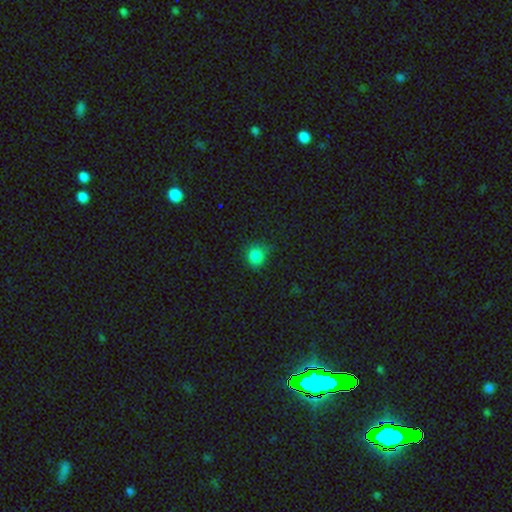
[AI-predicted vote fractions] Smooth or featured? Predicted: smooth (p=0.83). How rounded? Predicted: round (p=0.85). Merging? Predicted: none (p=0.70).